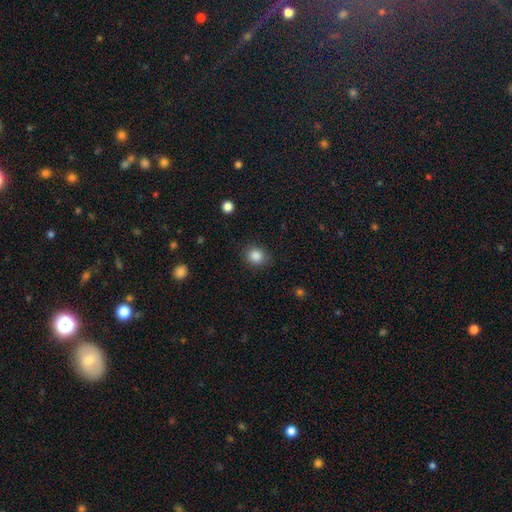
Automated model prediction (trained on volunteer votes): Q: Smooth or featured?
A: smooth (86%); runner-up: star or artifact (10%)
Q: How rounded?
A: round (74%); runner-up: in between (26%)
Q: Merging?
A: none (85%); runner-up: minor disturbance (11%)